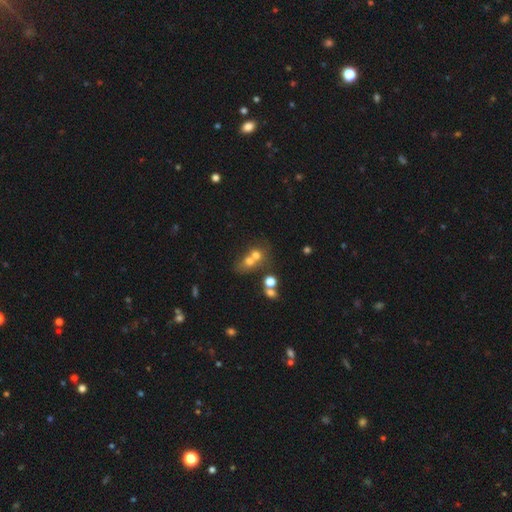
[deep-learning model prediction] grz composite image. It shows a smooth galaxy with no disk features (62%) that is round (69%). Merging: merger (61%).